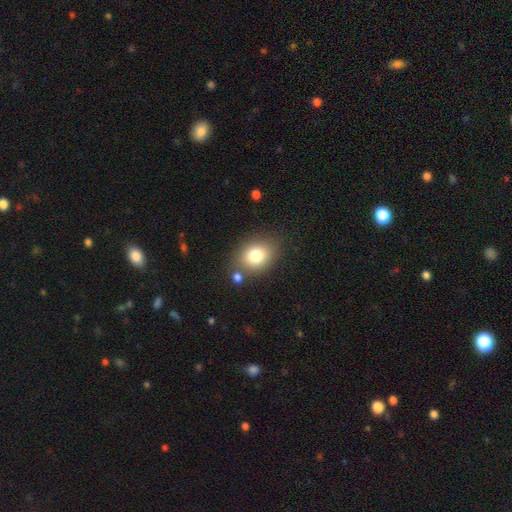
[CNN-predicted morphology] A smooth galaxy with no disk features (79%) that is in between round and cigar-shaped (55%). Merging: none (74%).